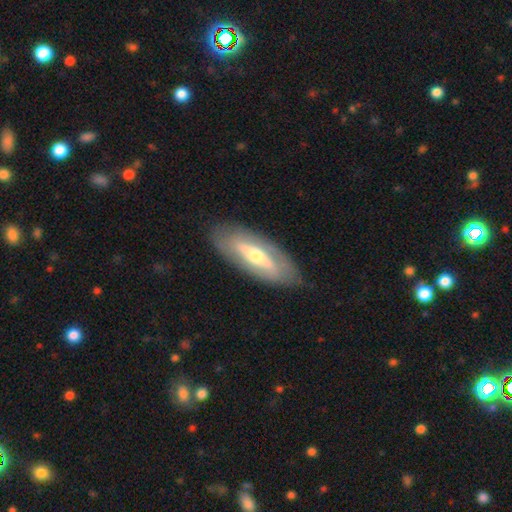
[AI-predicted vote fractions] smooth-or-featured: featured or disk: 61% | smooth: 33% | star or artifact: 6%
  disk-edge-on: no: 75% | yes: 25%
  merging: none: 81% | minor disturbance: 14% | major disturbance: 5% | merger: 1%